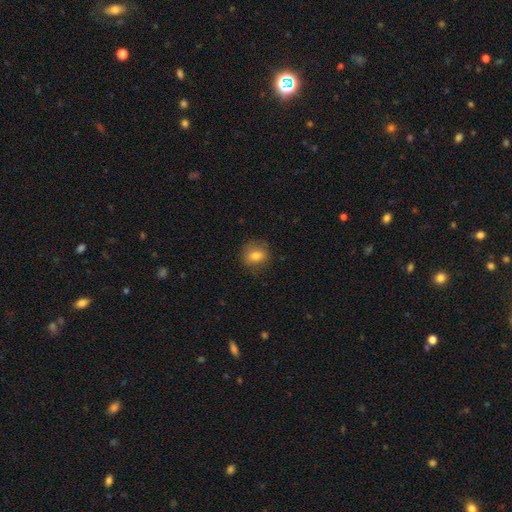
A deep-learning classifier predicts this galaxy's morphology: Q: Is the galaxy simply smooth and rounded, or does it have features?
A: smooth — 78%.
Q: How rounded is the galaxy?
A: round — 70%.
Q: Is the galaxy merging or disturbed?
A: none — 81%.